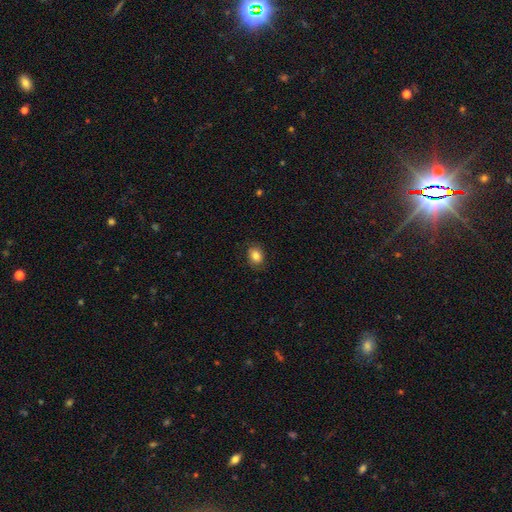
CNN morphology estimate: The model was most divided on "how rounded": in between: 52%, round: 47%, cigar-shaped: 1%. More confident: merging — none (84%); smooth or featured — smooth (83%).